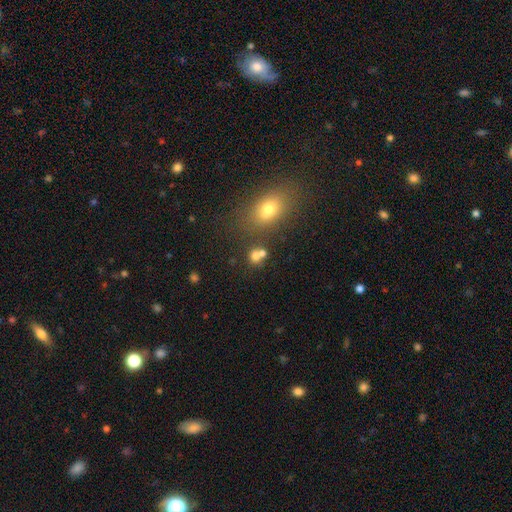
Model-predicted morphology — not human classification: smooth_or_featured: smooth (p=0.72) [alt: star or artifact p=0.16]
how_rounded: round (p=0.74) [alt: in between p=0.24]
merging: none (p=0.50) [alt: merger p=0.35]